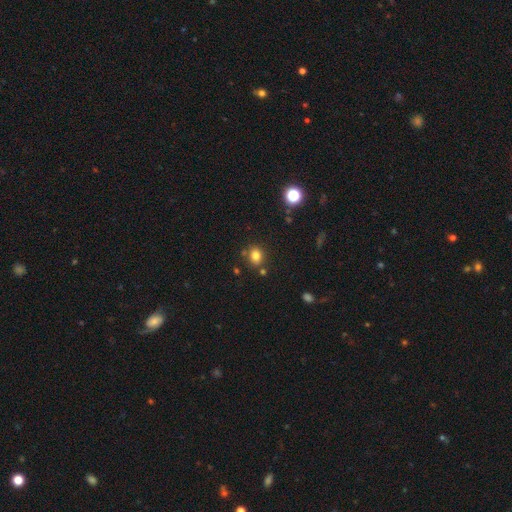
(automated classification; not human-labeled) The model was most divided on "how rounded": round: 65%, in between: 34%, cigar-shaped: 1%. More confident: smooth or featured — smooth (79%); merging — none (78%).